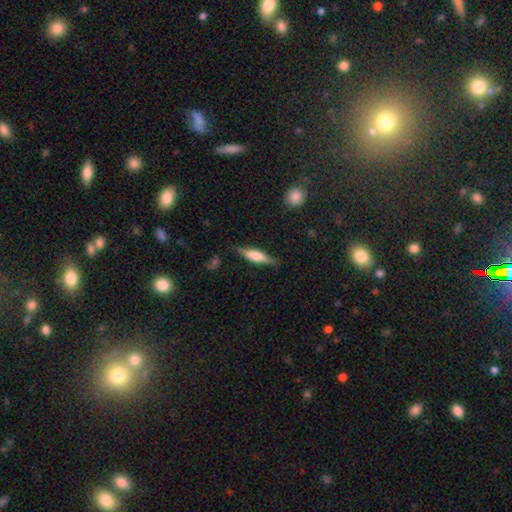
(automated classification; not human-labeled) Smooth or featured: smooth — 52% (featured or disk — 41%)
How rounded: cigar-shaped — 64% (in between — 33%)
Merging: none — 81% (minor disturbance — 14%)